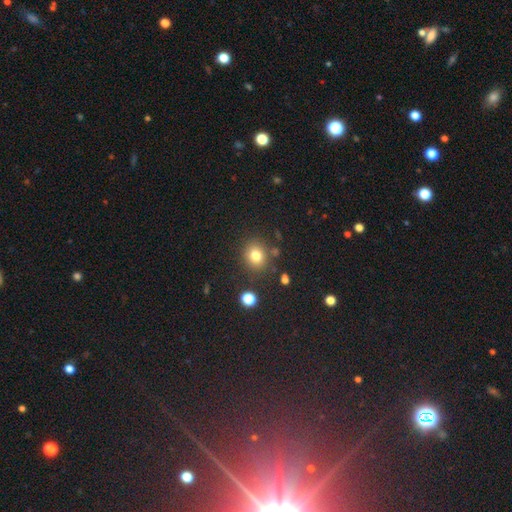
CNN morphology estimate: A smooth galaxy with no disk features (79%) that is round (75%). Merging: none (81%).